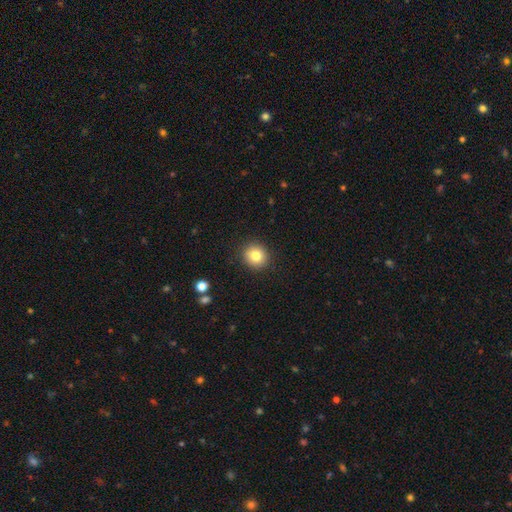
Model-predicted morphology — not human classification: Smooth or featured?
  - smooth: 81% *
  - star or artifact: 10%
  - featured or disk: 9%
How rounded?
  - round: 89% *
  - in between: 10%
  - cigar-shaped: 1%
Merging?
  - none: 91% *
  - minor disturbance: 6%
  - major disturbance: 2%
  - merger: 1%